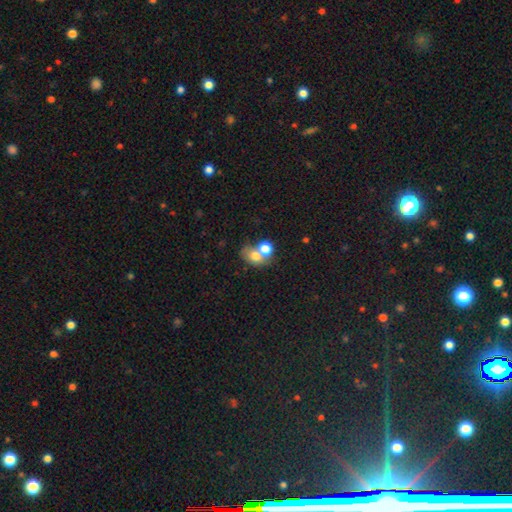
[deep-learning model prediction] This appears to be a smooth galaxy with no disk features (71%) that is round (50%). Merging: merger (57%).